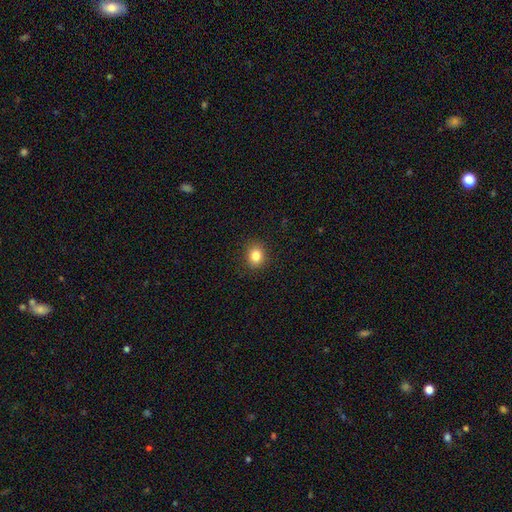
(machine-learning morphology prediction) smooth-or-featured: smooth: 83% | star or artifact: 11% | featured or disk: 6%
  how-rounded: round: 71% | in between: 29% | cigar-shaped: 1%
  merging: none: 90% | minor disturbance: 7% | major disturbance: 2% | merger: 1%